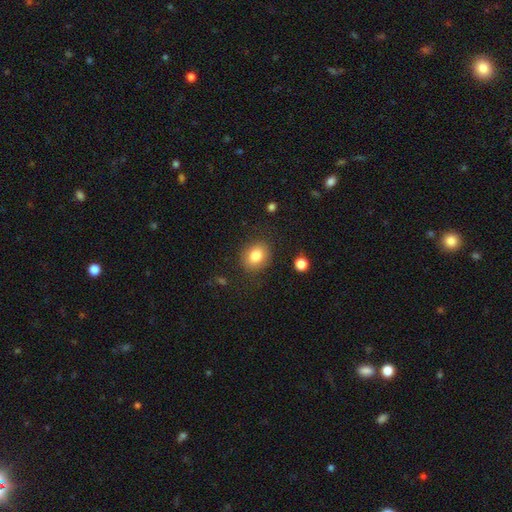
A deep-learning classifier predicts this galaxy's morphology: This is clearly a smooth galaxy (82%). How rounded: possibly round (53%). Merging: clearly none (84%).